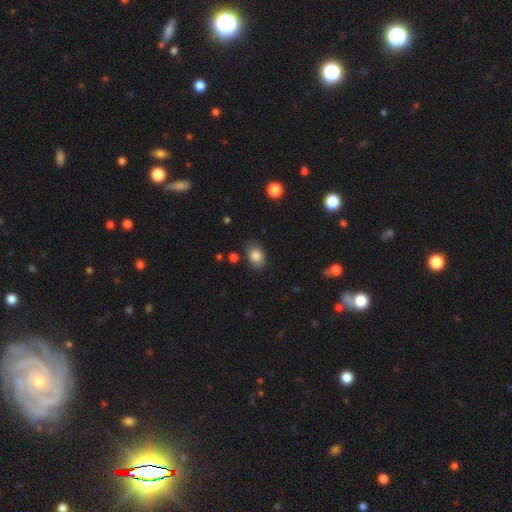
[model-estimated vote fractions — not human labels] The model was most divided on "how rounded": in between: 73%, round: 25%, cigar-shaped: 1%. More confident: smooth or featured — smooth (84%); merging — none (76%).